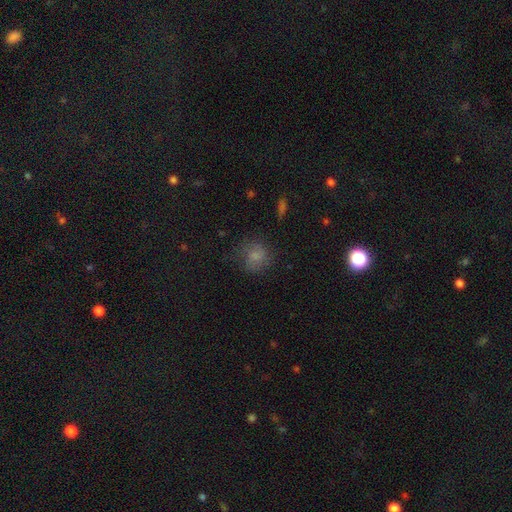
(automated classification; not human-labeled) This appears to be a smooth galaxy with no disk features (69%) that is round (79%). Merging: none (63%).